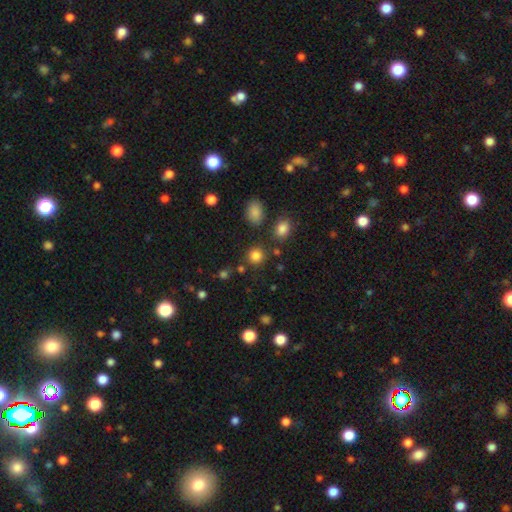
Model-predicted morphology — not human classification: This appears to be a smooth galaxy with no disk features (83%) that is round (89%). Merging: none (82%).